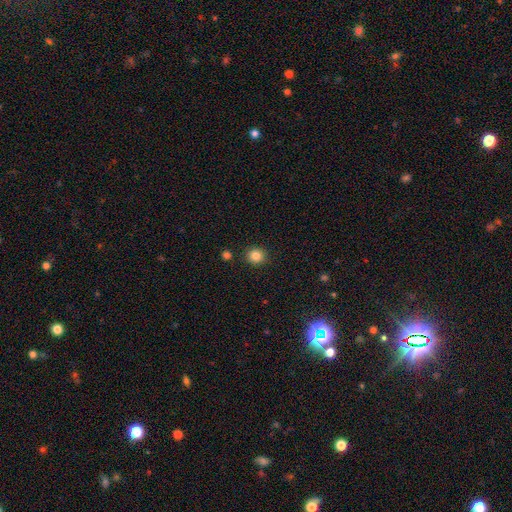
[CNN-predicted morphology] type=smooth (84%); roundness=round (89%); merging=none (90%).